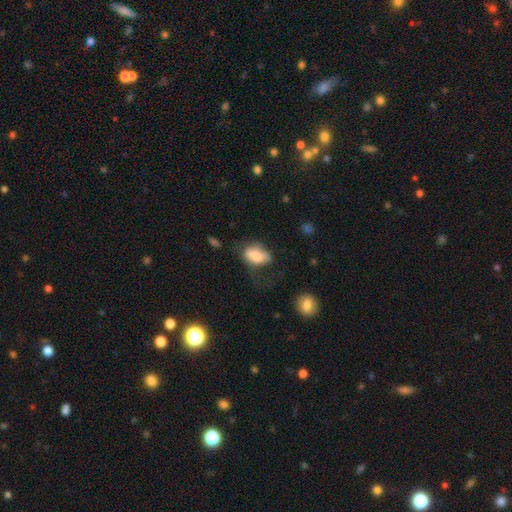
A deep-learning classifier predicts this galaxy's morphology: This appears to be a smooth galaxy with no disk features (75%) that is in between round and cigar-shaped (90%). Merging: major disturbance (35%).